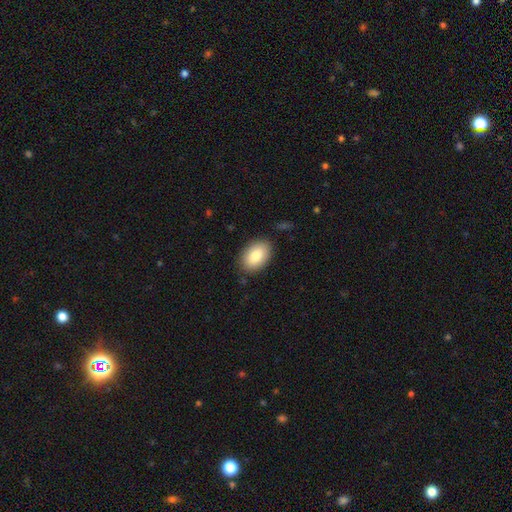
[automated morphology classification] This appears to be a smooth galaxy with no disk features (83%) that is in between round and cigar-shaped (90%). Merging: none (86%).